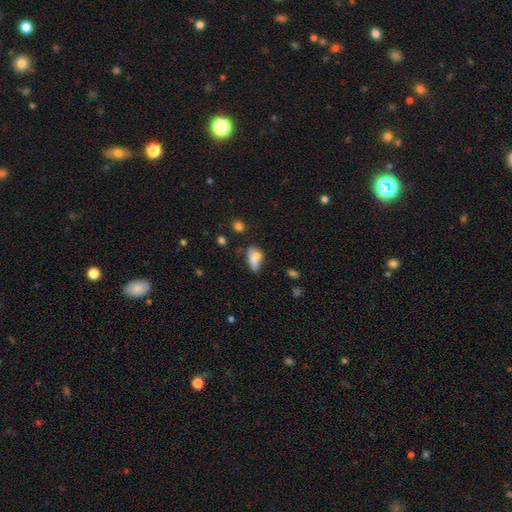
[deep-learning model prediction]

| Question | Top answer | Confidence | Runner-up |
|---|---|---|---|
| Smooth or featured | smooth | 74% | featured or disk (15%) |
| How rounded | in between | 85% | cigar-shaped (9%) |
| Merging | none | 32% | minor disturbance (31%) |